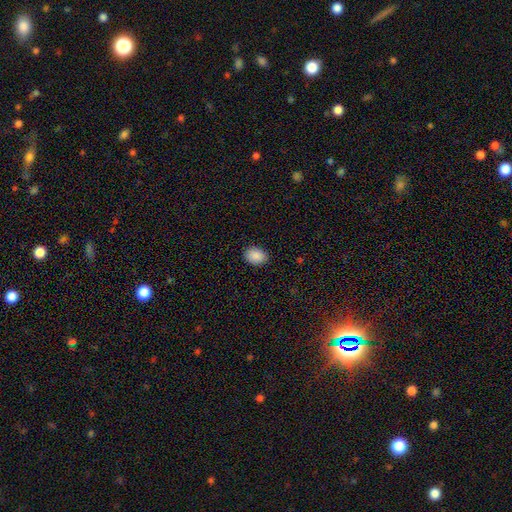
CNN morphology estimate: smooth-or-featured: smooth: 89% | star or artifact: 7% | featured or disk: 3%
  how-rounded: in between: 76% | round: 23% | cigar-shaped: 1%
  merging: none: 88% | minor disturbance: 10% | major disturbance: 2% | merger: 1%